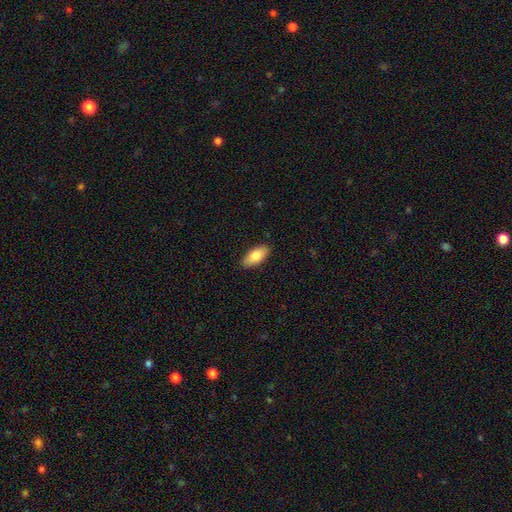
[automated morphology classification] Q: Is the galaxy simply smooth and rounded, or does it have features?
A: smooth — 81%.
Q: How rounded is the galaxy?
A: in between — 89%.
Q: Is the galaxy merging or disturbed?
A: none — 89%.